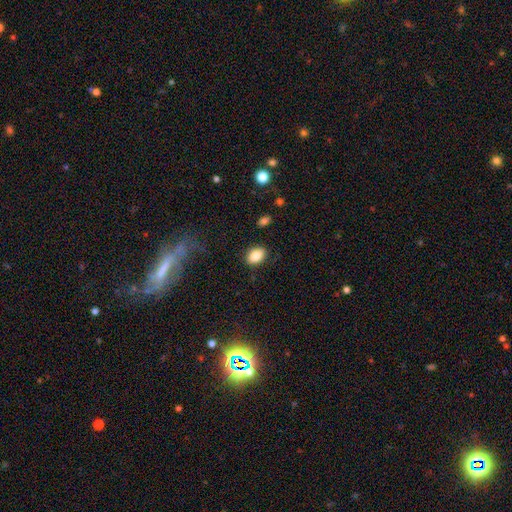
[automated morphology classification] Smooth or featured? Predicted: smooth (p=0.84). How rounded? Predicted: in between (p=0.79). Merging? Predicted: none (p=0.87).